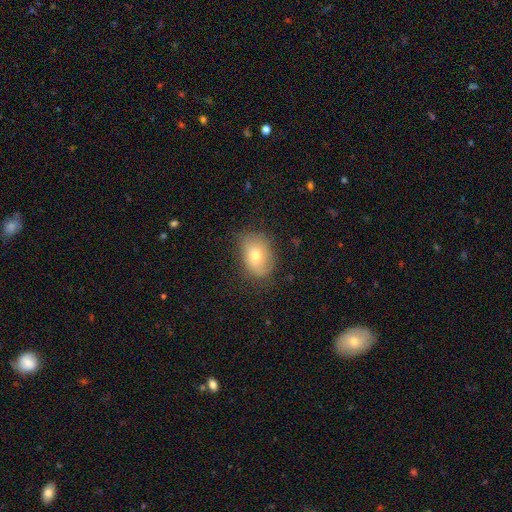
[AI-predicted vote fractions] Morphology: type=smooth (68%); roundness=in between (76%); merging=none (67%).